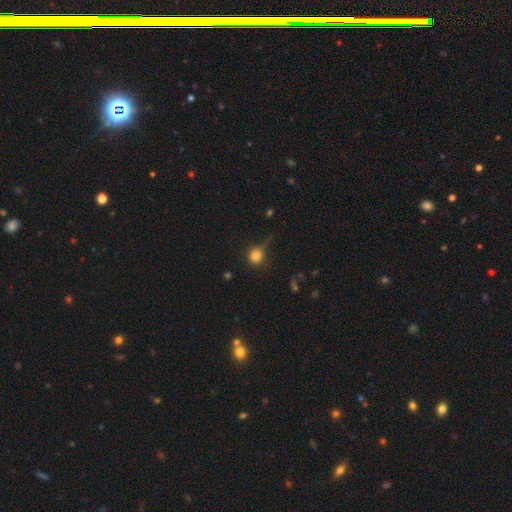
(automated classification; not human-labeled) Smooth or featured: smooth — 81% (star or artifact — 12%)
How rounded: round — 86% (in between — 13%)
Merging: none — 59% (minor disturbance — 25%)